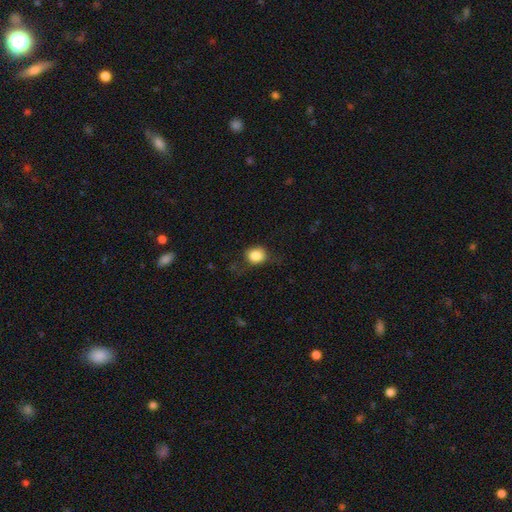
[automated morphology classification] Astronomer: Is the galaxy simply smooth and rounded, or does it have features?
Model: smooth — 83%.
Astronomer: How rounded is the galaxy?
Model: round — 66%.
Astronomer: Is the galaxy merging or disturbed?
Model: none — 66%.